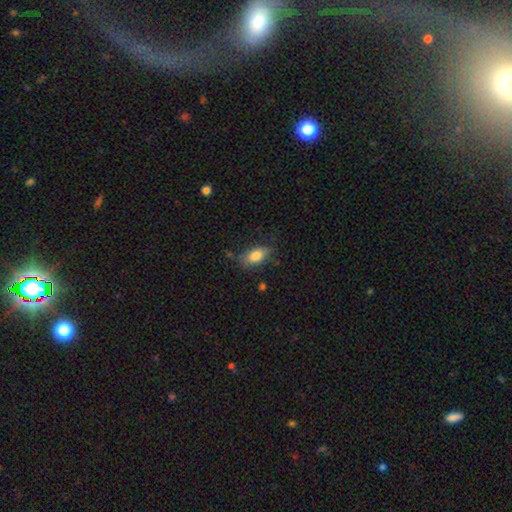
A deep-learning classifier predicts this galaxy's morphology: This appears to be a smooth galaxy with no disk features (81%) that is in between round and cigar-shaped (88%). Merging: none (69%).